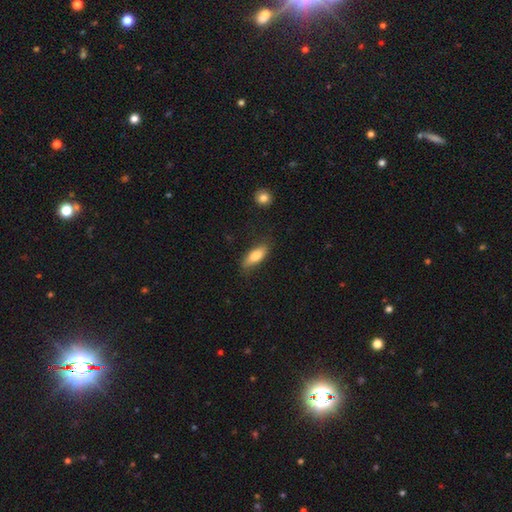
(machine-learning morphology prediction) A smooth galaxy with no disk features (76%) that is in between round and cigar-shaped (67%).

Vote fractions:
- Smooth or featured? smooth: 76% / featured or disk: 18% / star or artifact: 6%
- How rounded? in between: 67% / cigar-shaped: 30% / round: 3%
- Merging? none: 78% / minor disturbance: 16% / major disturbance: 4% / merger: 2%